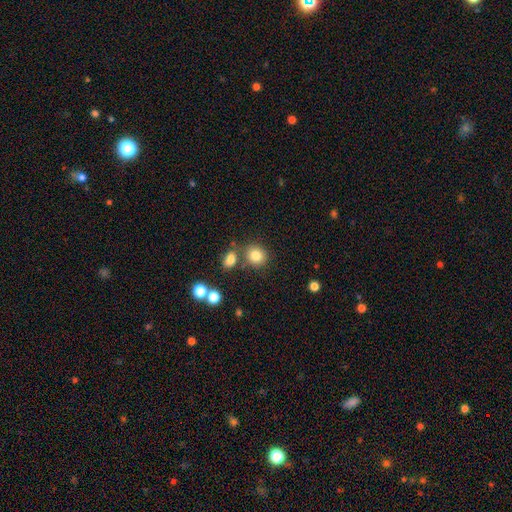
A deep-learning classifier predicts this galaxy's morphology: Smooth or featured? Predicted: smooth (p=0.82). How rounded? Predicted: round (p=0.80). Merging? Predicted: none (p=0.73).